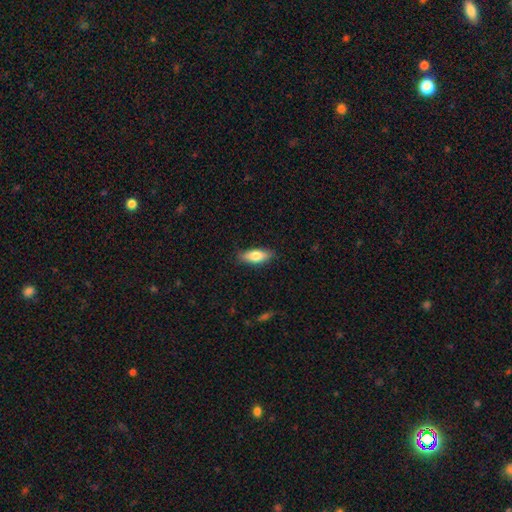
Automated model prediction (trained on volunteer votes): smooth_or_featured: smooth (p=0.76) [alt: featured or disk p=0.17]
how_rounded: in between (p=0.73) [alt: cigar-shaped p=0.25]
merging: none (p=0.84) [alt: minor disturbance p=0.12]